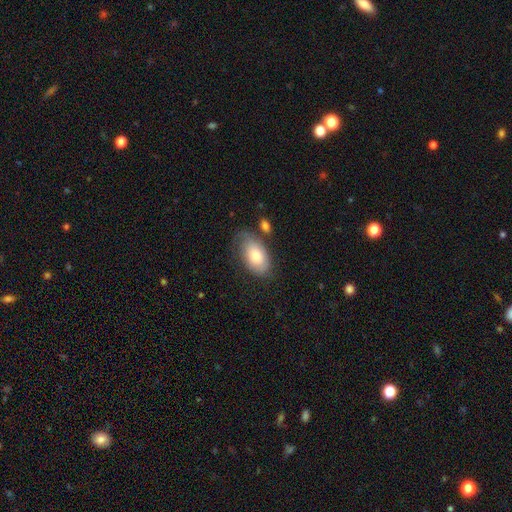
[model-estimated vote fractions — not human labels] Smooth or featured? smooth (73%)
How rounded? in between (94%)
Merging? none (56%)